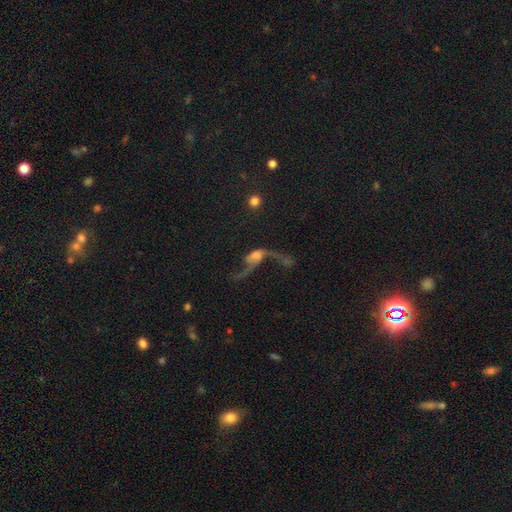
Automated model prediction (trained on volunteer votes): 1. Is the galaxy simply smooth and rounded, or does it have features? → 66% featured or disk, 22% smooth, 12% star or artifact.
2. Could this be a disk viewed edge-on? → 92% no, 8% yes.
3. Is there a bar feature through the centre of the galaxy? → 65% no, 27% weak, 9% strong.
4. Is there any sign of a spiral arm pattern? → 78% yes, 22% no.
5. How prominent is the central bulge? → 31% moderate, 26% small, 21% none, 16% large, 5% dominant.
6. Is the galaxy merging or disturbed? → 49% major disturbance, 24% none, 16% merger, 11% minor disturbance.